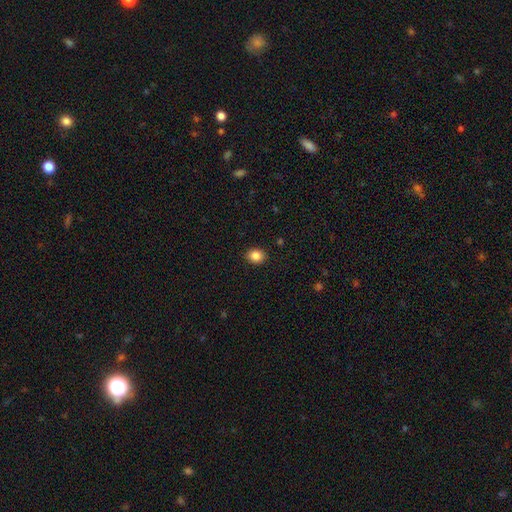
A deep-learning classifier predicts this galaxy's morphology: Smooth or featured? Predicted: smooth (p=0.86). How rounded? Predicted: round (p=0.60). Merging? Predicted: none (p=0.90).